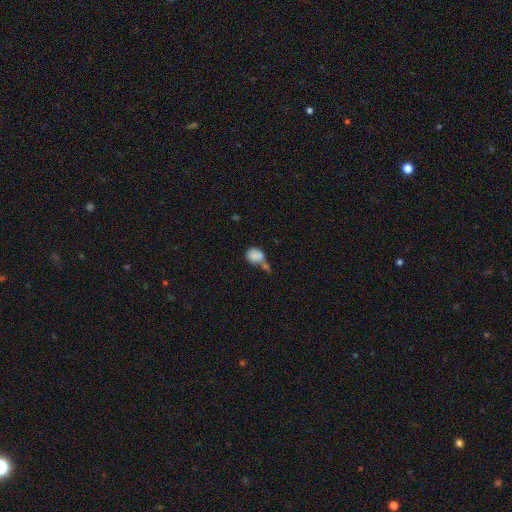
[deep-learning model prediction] Smooth or featured? smooth (83%)
How rounded? round (61%)
Merging? merger (41%)